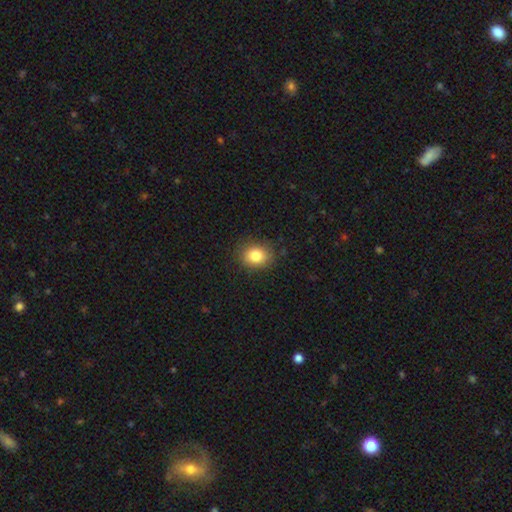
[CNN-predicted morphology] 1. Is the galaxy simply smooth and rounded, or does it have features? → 83% smooth, 10% star or artifact, 7% featured or disk.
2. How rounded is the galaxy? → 55% round, 45% in between, 1% cigar-shaped.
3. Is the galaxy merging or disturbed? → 85% none, 11% minor disturbance, 3% major disturbance, 1% merger.